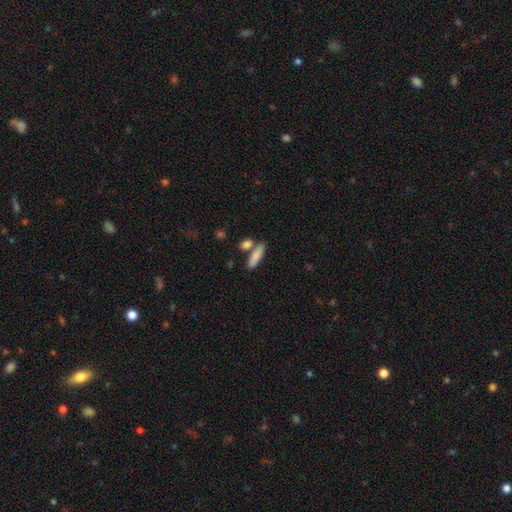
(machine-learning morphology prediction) A smooth galaxy with no disk features (83%) that is cigar-shaped (54%).

Vote fractions:
- Smooth or featured? smooth: 83% / featured or disk: 11% / star or artifact: 6%
- How rounded? cigar-shaped: 54% / in between: 42% / round: 3%
- Merging? none: 65% / merger: 19% / minor disturbance: 12% / major disturbance: 4%